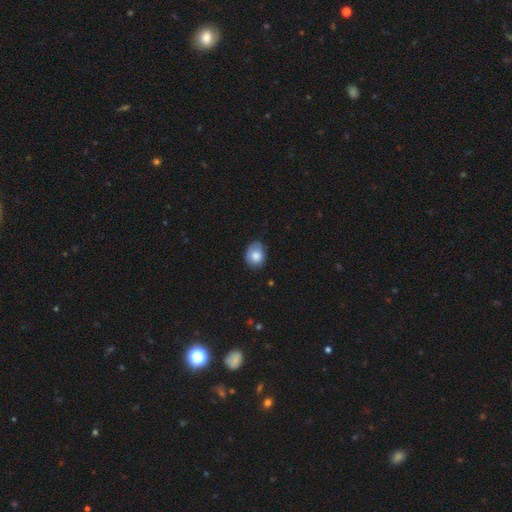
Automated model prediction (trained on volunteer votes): smooth_or_featured: smooth (p=0.81) [alt: featured or disk p=0.11]
how_rounded: in between (p=0.50) [alt: round p=0.49]
merging: none (p=0.62) [alt: minor disturbance p=0.31]